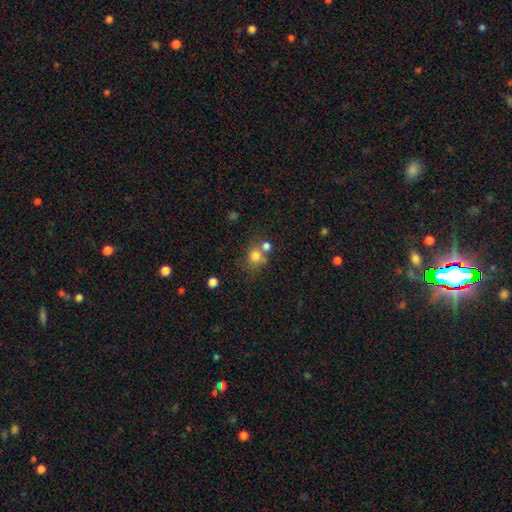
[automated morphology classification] Smooth or featured: smooth — 76% (star or artifact — 13%)
How rounded: round — 78% (in between — 21%)
Merging: none — 51% (merger — 31%)